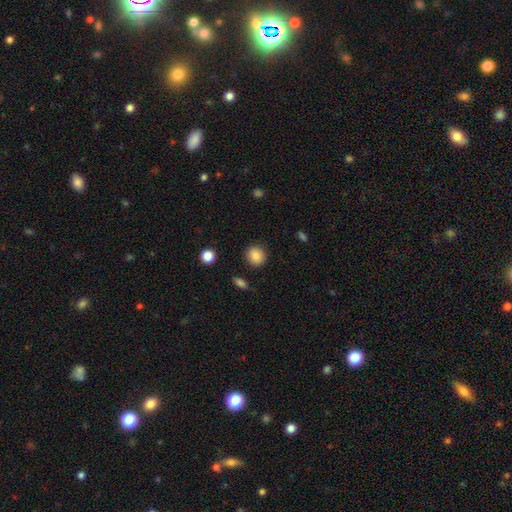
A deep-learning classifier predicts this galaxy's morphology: smooth_or_featured: smooth (p=0.86) [alt: star or artifact p=0.09]
how_rounded: round (p=0.85) [alt: in between p=0.14]
merging: none (p=0.89) [alt: minor disturbance p=0.07]